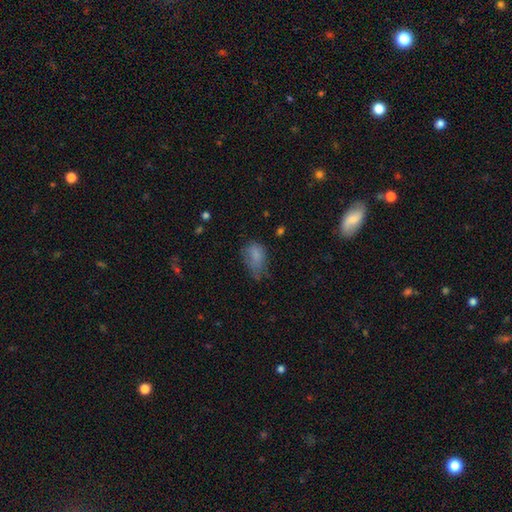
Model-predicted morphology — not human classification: The model was most divided on "merging": minor disturbance: 36%, none: 32%, major disturbance: 29%, merger: 3%. More confident: how rounded — in between (85%); smooth or featured — smooth (74%).